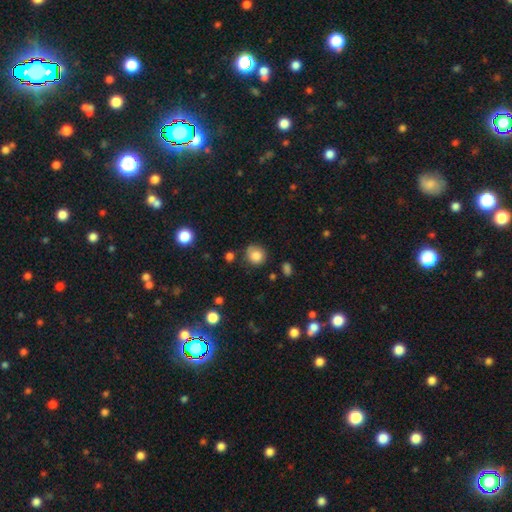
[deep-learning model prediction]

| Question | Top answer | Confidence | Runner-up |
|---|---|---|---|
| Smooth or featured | smooth | 83% | star or artifact (10%) |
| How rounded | round | 87% | in between (12%) |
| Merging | none | 75% | minor disturbance (16%) |